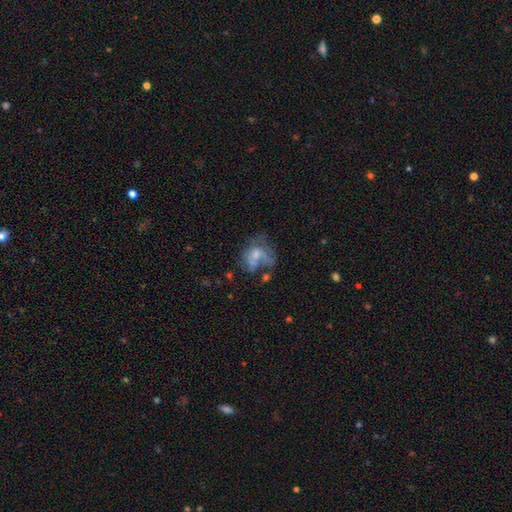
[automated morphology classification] Overall: featured or disk (44%; smooth 43%). Merging: major disturbance (43%; none 24%).